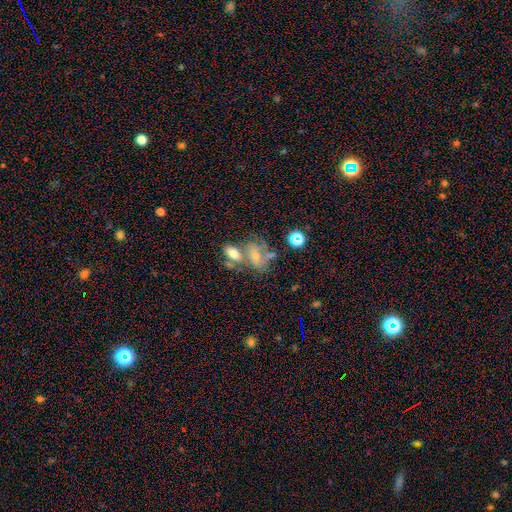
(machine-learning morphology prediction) smooth-or-featured: smooth: 51% | featured or disk: 33% | star or artifact: 16%
  how-rounded: in between: 73% | round: 24% | cigar-shaped: 3%
  merging: merger: 45% | none: 29% | minor disturbance: 14% | major disturbance: 12%